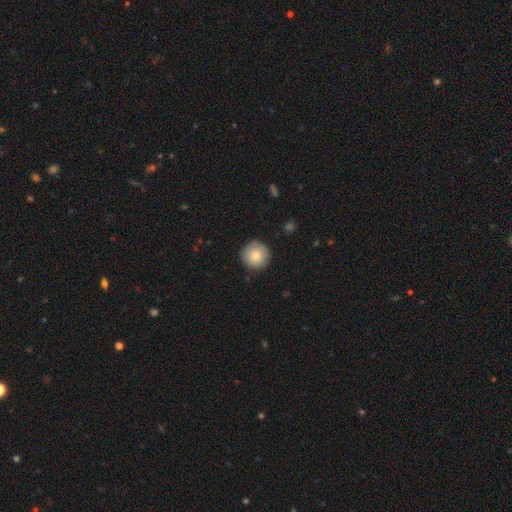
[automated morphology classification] This is clearly a smooth galaxy (84%). How rounded: clearly round (95%). Merging: clearly none (86%).